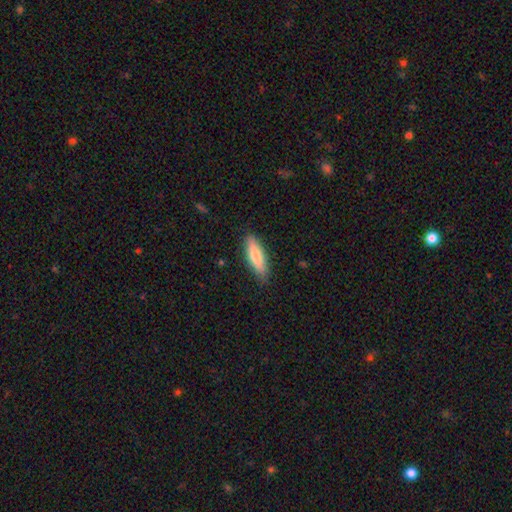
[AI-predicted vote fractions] Smooth or featured: smooth — 73% (featured or disk — 21%)
How rounded: cigar-shaped — 54% (in between — 44%)
Merging: none — 86% (minor disturbance — 11%)